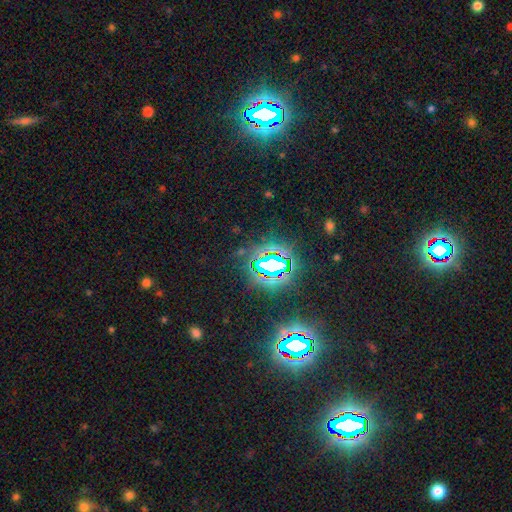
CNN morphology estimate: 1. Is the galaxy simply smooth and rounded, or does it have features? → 82% star or artifact, 11% smooth, 7% featured or disk.